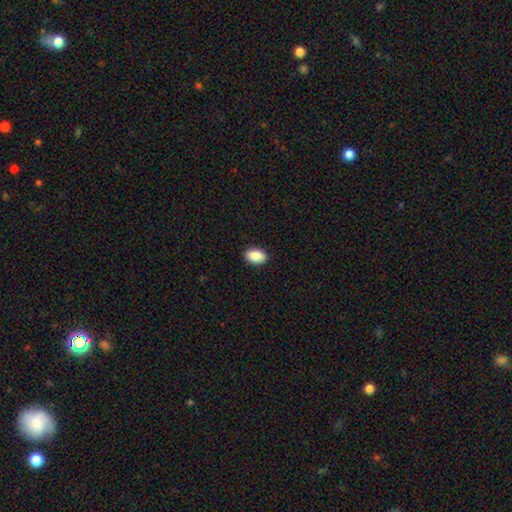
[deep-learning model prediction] A smooth galaxy with no disk features (89%) that is in between round and cigar-shaped (92%). Merging: none (90%).